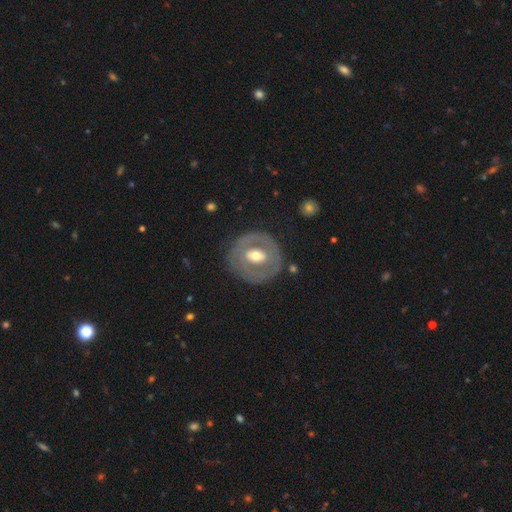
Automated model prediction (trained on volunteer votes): Smooth or featured? Predicted: featured or disk (p=0.60). Edge-on disk? Predicted: no (p=0.95). Bar? Predicted: no (p=0.52). Spiral arms? Predicted: no (p=0.76). Bulge size? Predicted: moderate (p=0.70). Merging? Predicted: none (p=0.75).